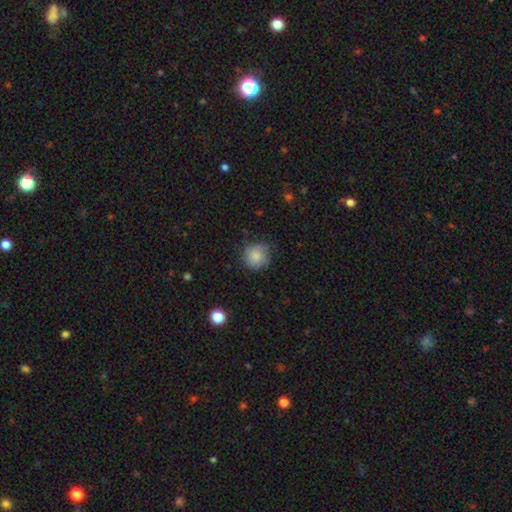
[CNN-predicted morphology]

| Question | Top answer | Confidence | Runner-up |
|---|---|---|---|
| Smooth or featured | smooth | 84% | star or artifact (8%) |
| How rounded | round | 91% | in between (8%) |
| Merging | none | 77% | minor disturbance (18%) |